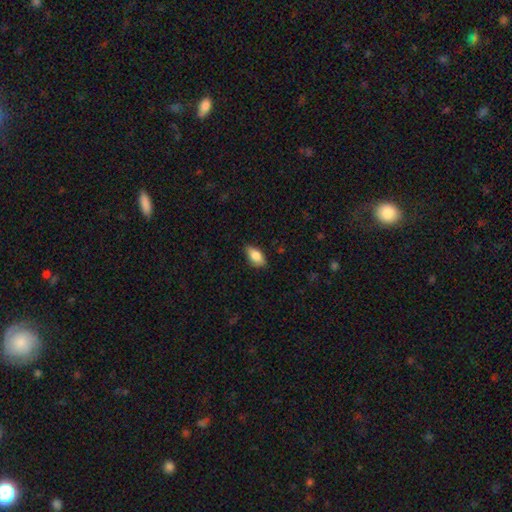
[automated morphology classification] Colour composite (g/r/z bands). It shows a smooth galaxy with no disk features (81%) that is in between round and cigar-shaped (90%). Merging: none (79%).